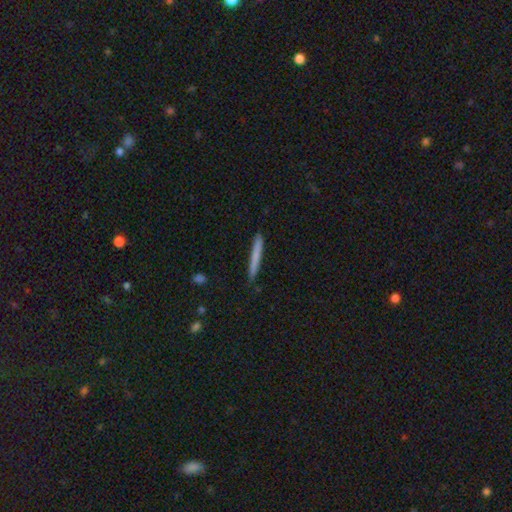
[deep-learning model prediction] smooth_or_featured: smooth (p=0.74) [alt: featured or disk p=0.20]
how_rounded: cigar-shaped (p=0.97) [alt: in between p=0.02]
merging: none (p=0.91) [alt: minor disturbance p=0.07]